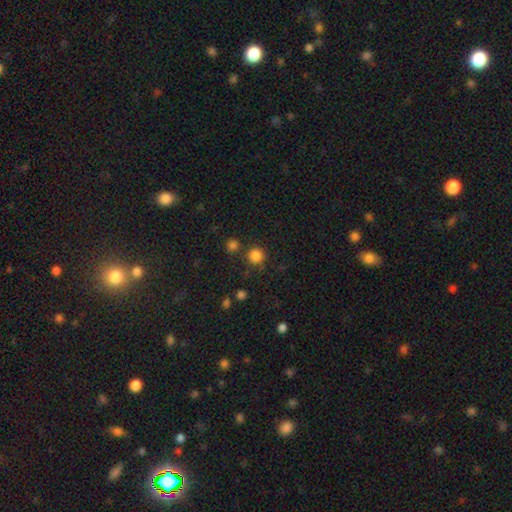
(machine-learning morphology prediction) This is clearly a smooth galaxy (83%). How rounded: clearly round (94%). Merging: clearly none (81%).